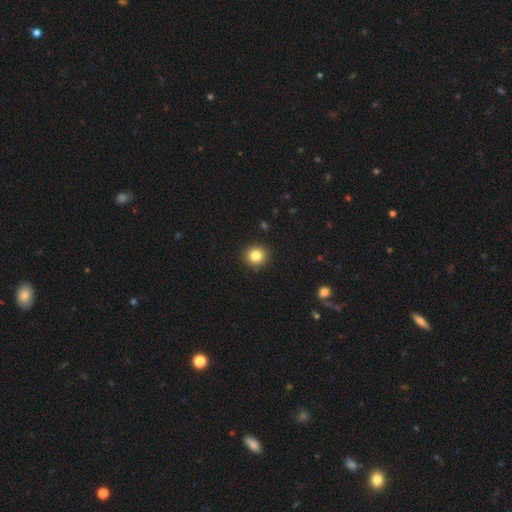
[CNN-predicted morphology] A smooth galaxy with no disk features (83%) that is round (91%). Merging: none (92%).